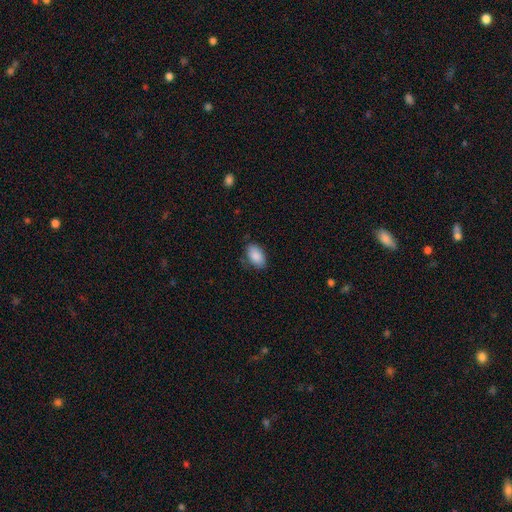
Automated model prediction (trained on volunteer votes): This appears to be a smooth galaxy with no disk features (88%) that is in between round and cigar-shaped (94%). Merging: none (78%).